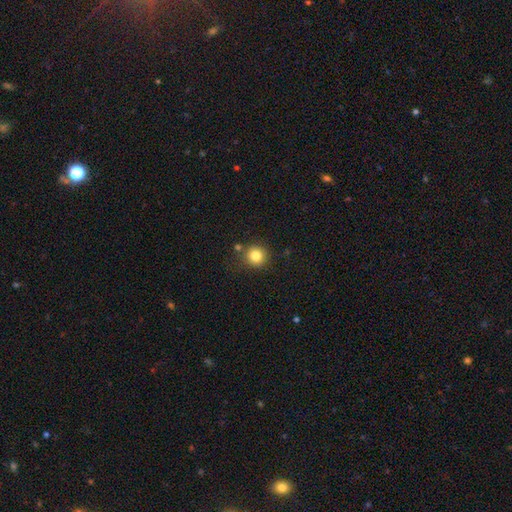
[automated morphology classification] Smooth or featured? smooth (82%)
How rounded? round (92%)
Merging? none (81%)